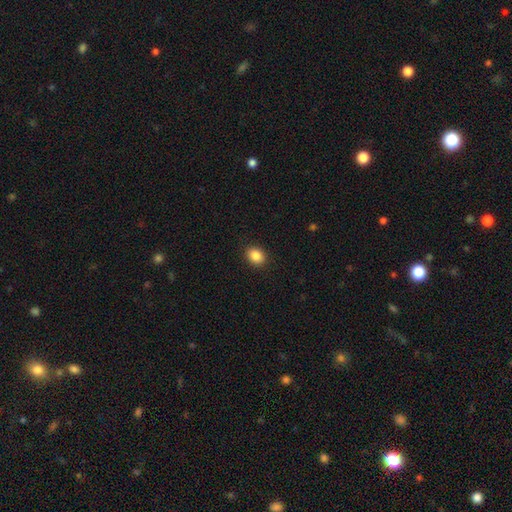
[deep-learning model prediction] Smooth or featured: smooth — 87% (star or artifact — 9%)
How rounded: in between — 58% (round — 41%)
Merging: none — 91% (minor disturbance — 6%)